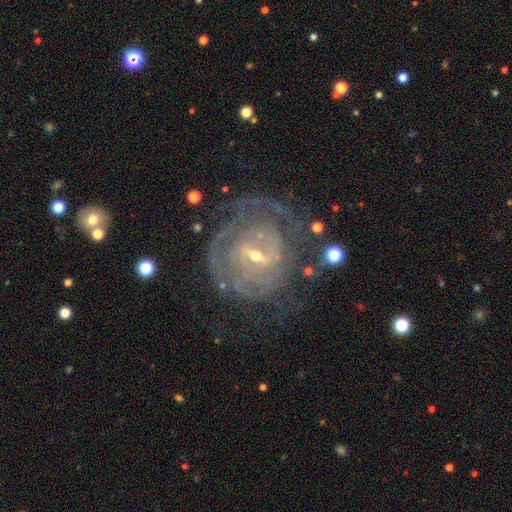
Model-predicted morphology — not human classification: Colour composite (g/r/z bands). It shows a featured or disk galaxy (84%) with a weak bar (50%), tight (70%) spiral arms (88%) and a small central bulge (71%). Merging: none (63%).